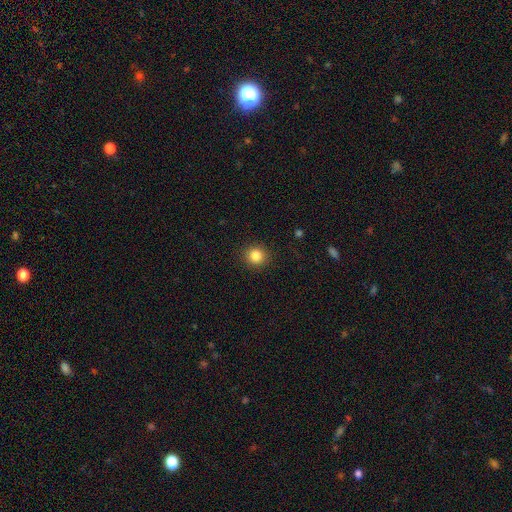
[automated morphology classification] The model was most divided on "smooth or featured": smooth: 84%, star or artifact: 11%, featured or disk: 5%. More confident: merging — none (91%); how rounded — round (91%).